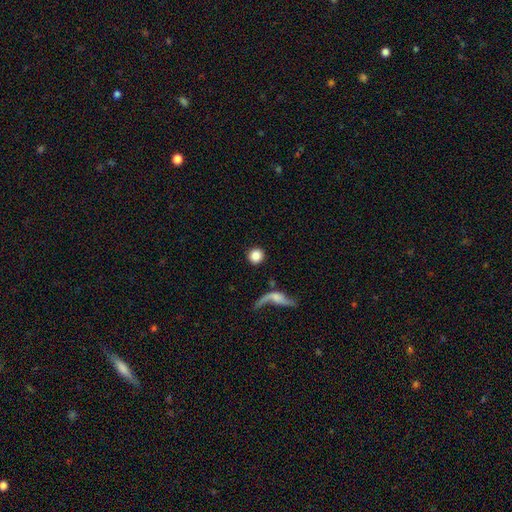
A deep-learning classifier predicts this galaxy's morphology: smooth_or_featured: smooth (p=0.82) [alt: featured or disk p=0.10]
how_rounded: round (p=0.93) [alt: in between p=0.06]
merging: none (p=0.83) [alt: minor disturbance p=0.06]